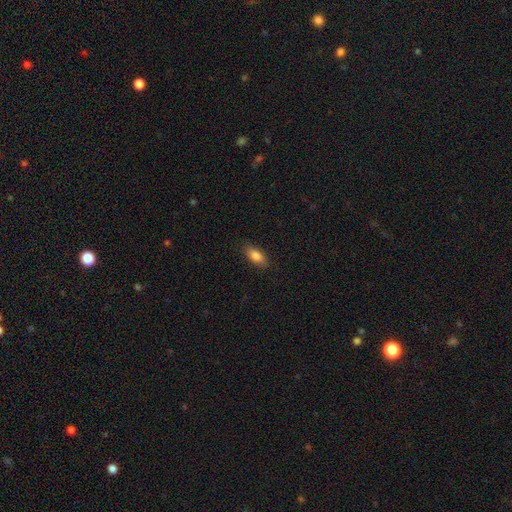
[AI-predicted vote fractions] Q: Smooth or featured?
A: smooth (83%); runner-up: featured or disk (10%)
Q: How rounded?
A: in between (83%); runner-up: cigar-shaped (14%)
Q: Merging?
A: none (87%); runner-up: minor disturbance (10%)